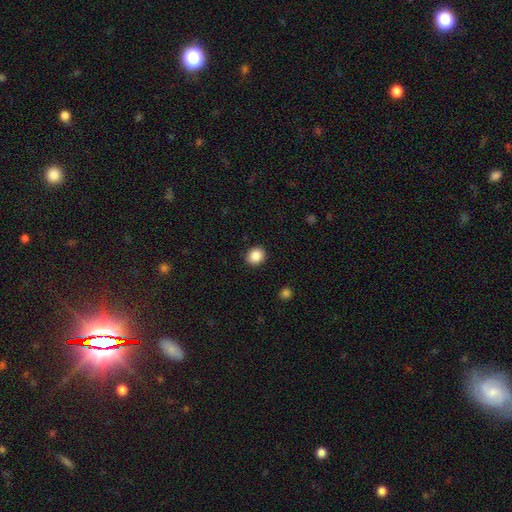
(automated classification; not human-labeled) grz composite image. It shows a smooth galaxy with no disk features (87%) that is round (74%). Merging: none (91%).